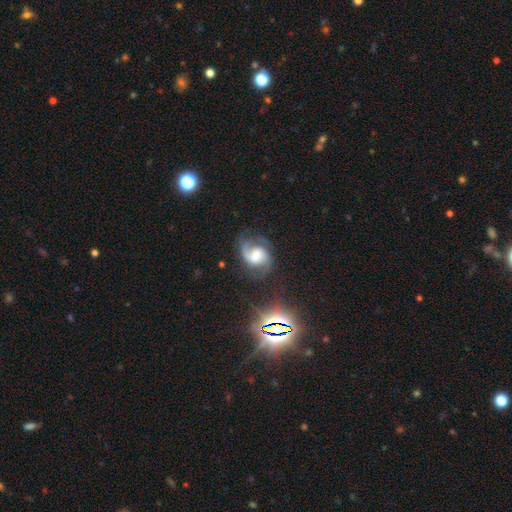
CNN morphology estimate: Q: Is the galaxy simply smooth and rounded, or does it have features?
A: featured or disk — 83%.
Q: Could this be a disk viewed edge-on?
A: no — 98%.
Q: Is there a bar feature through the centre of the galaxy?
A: weak — 48%.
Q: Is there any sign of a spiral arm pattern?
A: yes — 97%.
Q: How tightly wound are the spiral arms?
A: medium — 54%.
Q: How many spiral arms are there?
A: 2 — 84%.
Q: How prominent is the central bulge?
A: moderate — 48%.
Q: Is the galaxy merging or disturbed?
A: none — 68%.